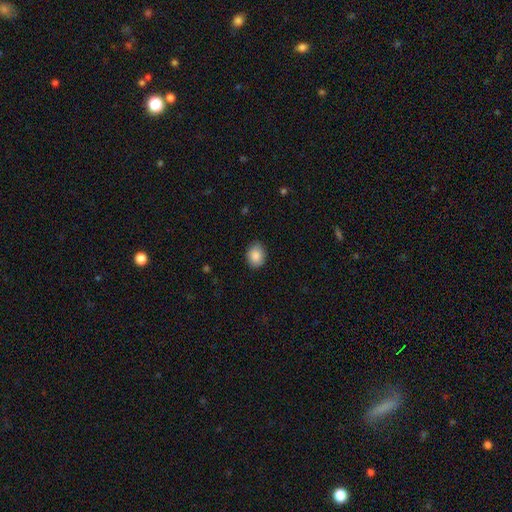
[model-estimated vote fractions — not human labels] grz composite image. It shows a smooth galaxy with no disk features (87%) that is in between round and cigar-shaped (51%). Merging: none (84%).